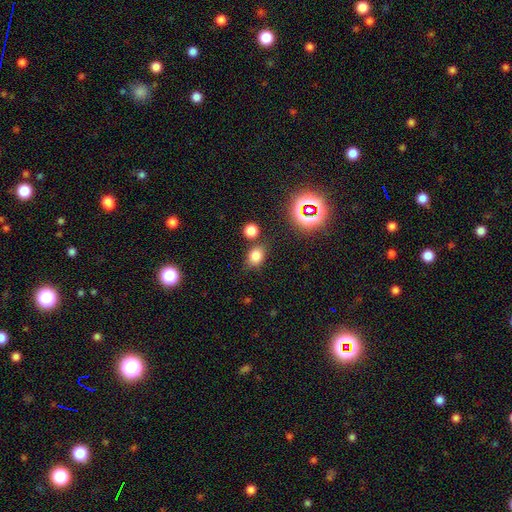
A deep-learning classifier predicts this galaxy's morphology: Q: Smooth or featured?
A: smooth (76%); runner-up: star or artifact (17%)
Q: How rounded?
A: in between (58%); runner-up: round (40%)
Q: Merging?
A: none (72%); runner-up: minor disturbance (14%)